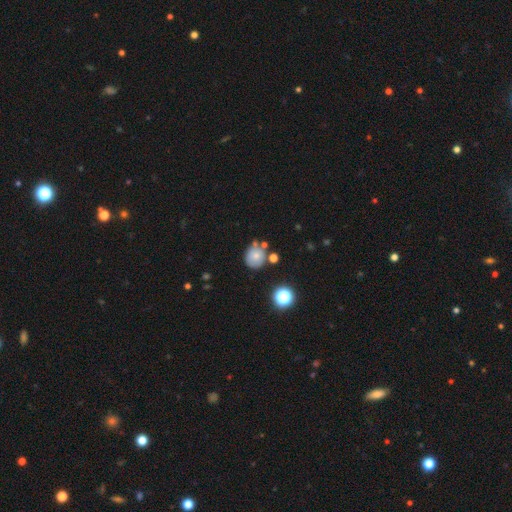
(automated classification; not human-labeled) Overall: smooth (71%). How rounded: round (81%). Merging: none (64%).